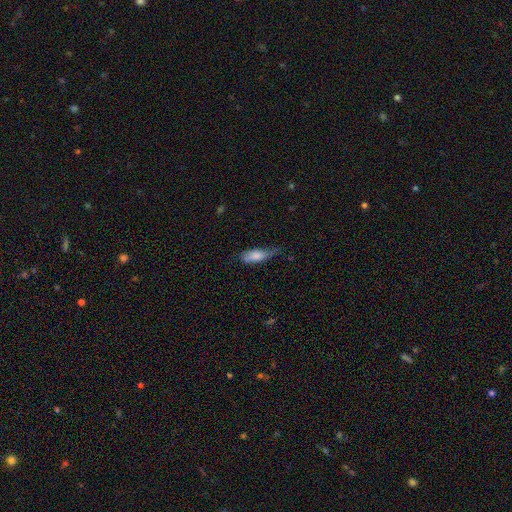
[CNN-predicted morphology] smooth_or_featured: smooth (p=0.78) [alt: featured or disk p=0.16]
how_rounded: in between (p=0.72) [alt: cigar-shaped p=0.26]
merging: minor disturbance (p=0.44) [alt: none p=0.38]